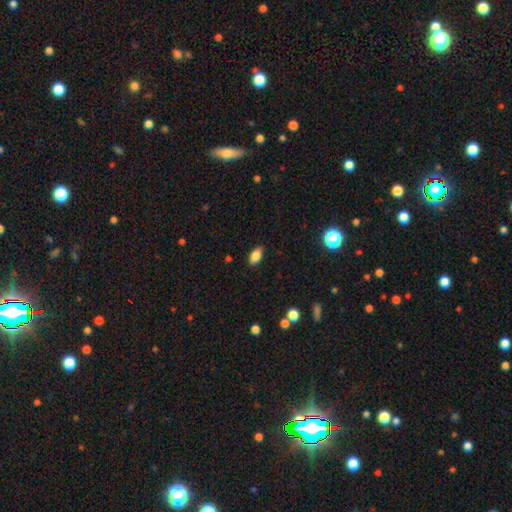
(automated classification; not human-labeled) Overall: smooth (84%). How rounded: in between (91%). Merging: none (86%).